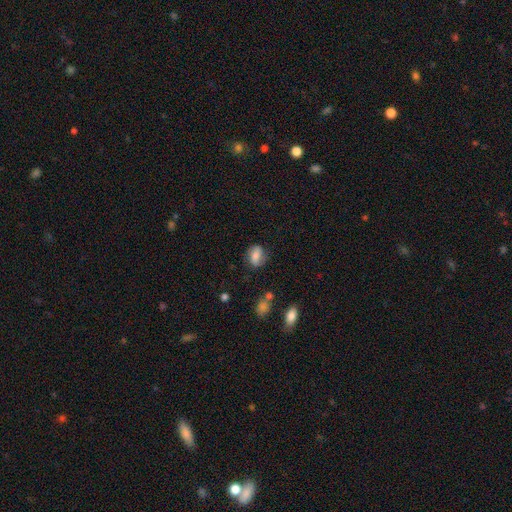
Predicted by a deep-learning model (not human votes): Overall: smooth (68%). How rounded: in between (64%; round 33%). Merging: none (71%).